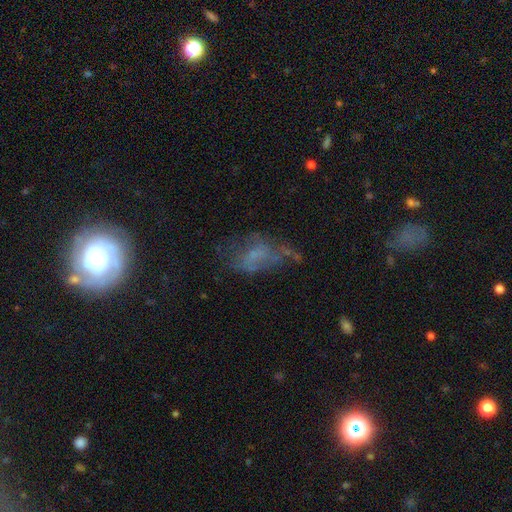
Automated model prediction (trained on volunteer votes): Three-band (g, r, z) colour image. It shows a featured or disk galaxy (43%). Merging: major disturbance (35%).